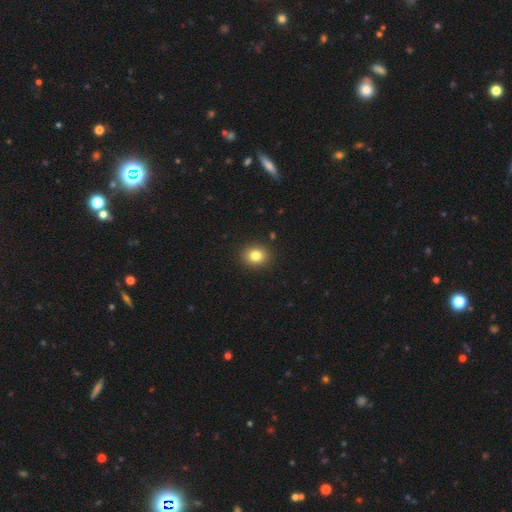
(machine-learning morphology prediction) smooth-or-featured: smooth: 82% | star or artifact: 11% | featured or disk: 7%
  how-rounded: round: 63% | in between: 37% | cigar-shaped: 1%
  merging: none: 91% | minor disturbance: 6% | major disturbance: 2% | merger: 1%